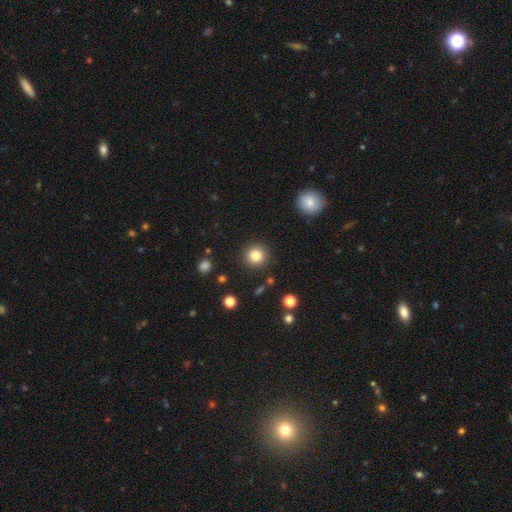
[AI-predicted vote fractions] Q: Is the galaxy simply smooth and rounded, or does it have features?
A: smooth — 82%.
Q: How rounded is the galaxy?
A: round — 94%.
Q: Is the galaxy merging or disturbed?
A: none — 89%.